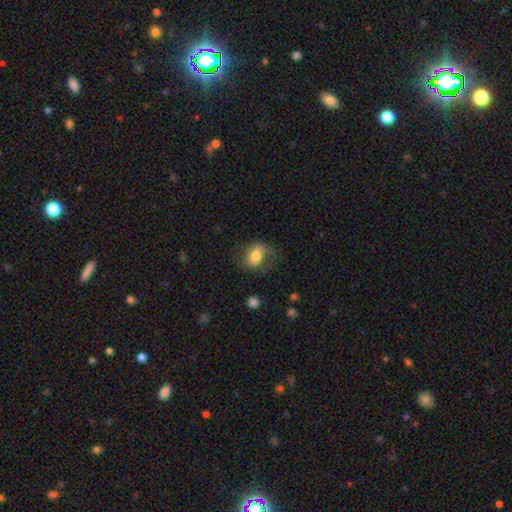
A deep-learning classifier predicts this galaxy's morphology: Q: Smooth or featured?
A: smooth (58%); runner-up: featured or disk (34%)
Q: How rounded?
A: in between (71%); runner-up: round (27%)
Q: Merging?
A: none (58%); runner-up: minor disturbance (22%)